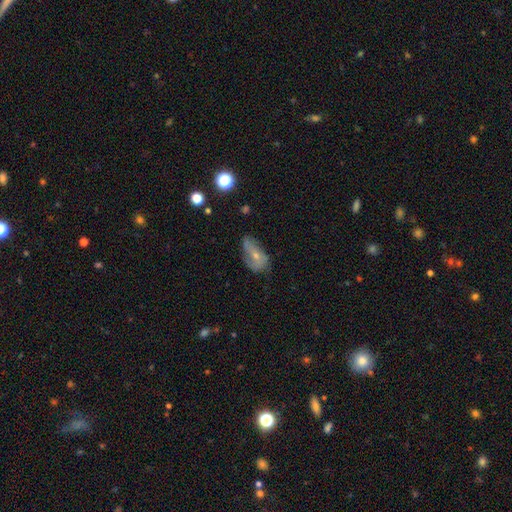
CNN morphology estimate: A featured or disk galaxy (46%).

Vote fractions:
- Smooth or featured? featured or disk: 46% / smooth: 44% / star or artifact: 10%
- Merging? none: 42% / minor disturbance: 36% / major disturbance: 19% / merger: 3%